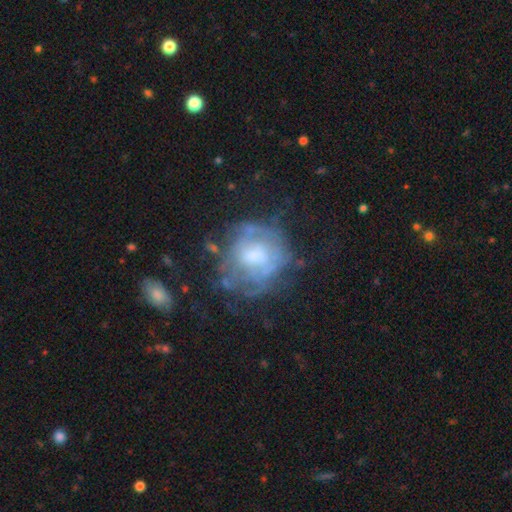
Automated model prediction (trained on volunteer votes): Smooth or featured? Predicted: featured or disk (p=0.59). Edge-on disk? Predicted: no (p=0.97). Bar? Predicted: no (p=0.72). Spiral arms? Predicted: no (p=0.65). Bulge size? Predicted: moderate (p=0.46). Merging? Predicted: none (p=0.51).